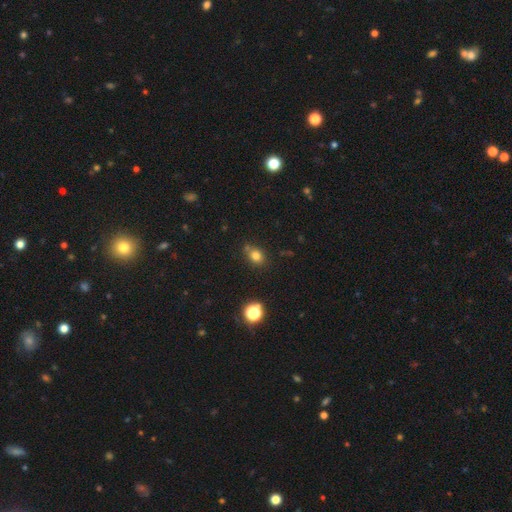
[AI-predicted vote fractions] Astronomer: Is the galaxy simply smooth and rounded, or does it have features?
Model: smooth — 77%.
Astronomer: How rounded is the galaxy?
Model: round — 50% (runner-up: in between, 48%).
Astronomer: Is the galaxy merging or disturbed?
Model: none — 69%.